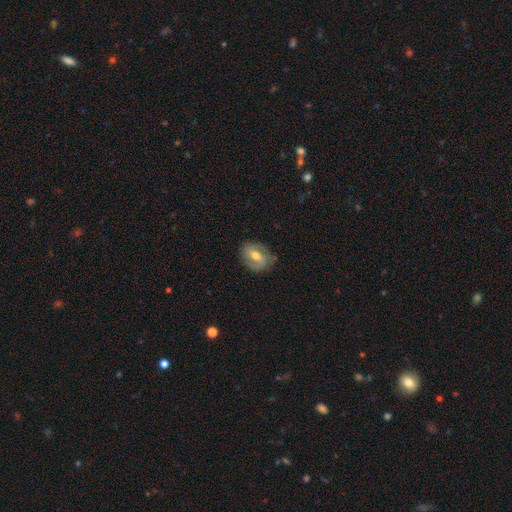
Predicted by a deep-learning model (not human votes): Smooth or featured? Predicted: smooth (p=0.48). Merging? Predicted: none (p=0.74).